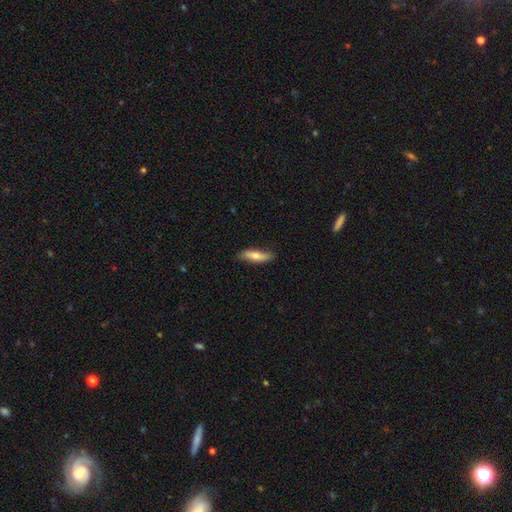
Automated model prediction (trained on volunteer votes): This is likely a smooth galaxy (70%). How rounded: possibly cigar-shaped (60%). Merging: likely none (75%).